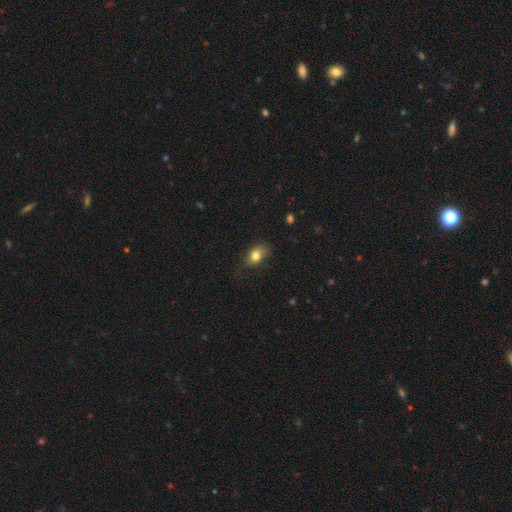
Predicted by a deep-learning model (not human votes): Smooth or featured?
  - smooth: 81% *
  - star or artifact: 10%
  - featured or disk: 9%
How rounded?
  - in between: 78% *
  - round: 21%
  - cigar-shaped: 2%
Merging?
  - none: 68% *
  - minor disturbance: 24%
  - major disturbance: 7%
  - merger: 1%